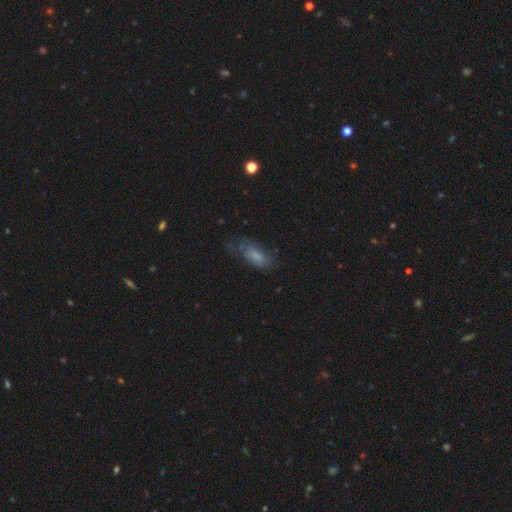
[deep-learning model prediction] Smooth or featured: smooth — 60% (featured or disk — 29%)
How rounded: in between — 85% (cigar-shaped — 12%)
Merging: none — 43% (minor disturbance — 29%)